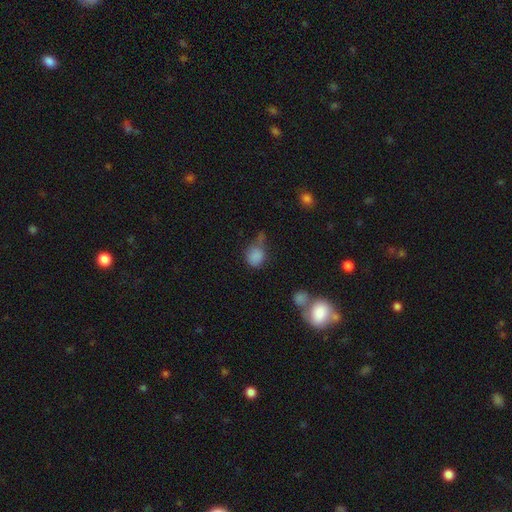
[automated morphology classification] This appears to be a smooth galaxy with no disk features (81%) that is round (69%). Merging: none (41%).